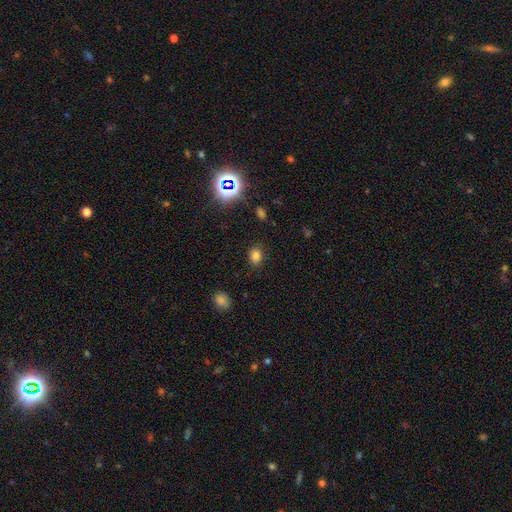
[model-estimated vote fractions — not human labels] This appears to be a smooth galaxy with no disk features (80%) that is in between round and cigar-shaped (55%). Merging: none (85%).